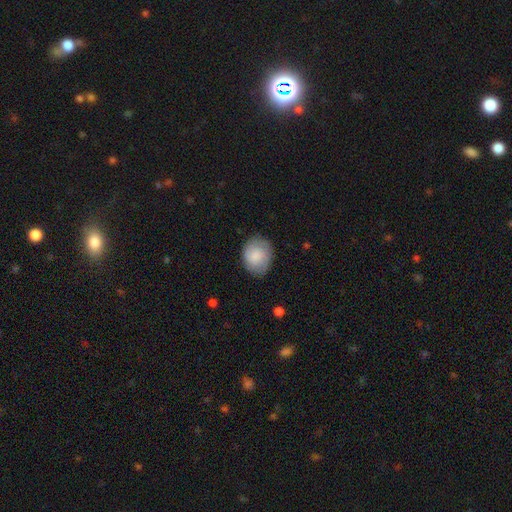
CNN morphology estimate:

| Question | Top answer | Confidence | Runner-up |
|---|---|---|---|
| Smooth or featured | smooth | 83% | featured or disk (11%) |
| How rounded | round | 51% | in between (48%) |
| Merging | none | 78% | minor disturbance (17%) |